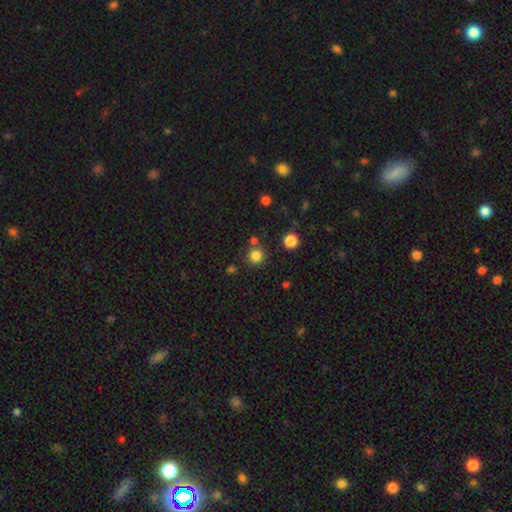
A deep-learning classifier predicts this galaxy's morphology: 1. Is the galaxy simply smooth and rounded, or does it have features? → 80% smooth, 15% star or artifact, 5% featured or disk.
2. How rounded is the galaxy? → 93% round, 6% in between, 1% cigar-shaped.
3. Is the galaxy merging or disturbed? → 79% none, 10% merger, 8% minor disturbance, 3% major disturbance.